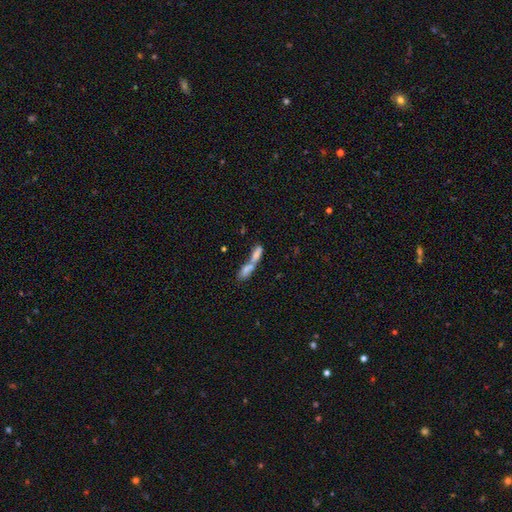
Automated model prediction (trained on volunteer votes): Smooth or featured? Predicted: smooth (p=0.66). How rounded? Predicted: in between (p=0.51). Merging? Predicted: merger (p=0.74).